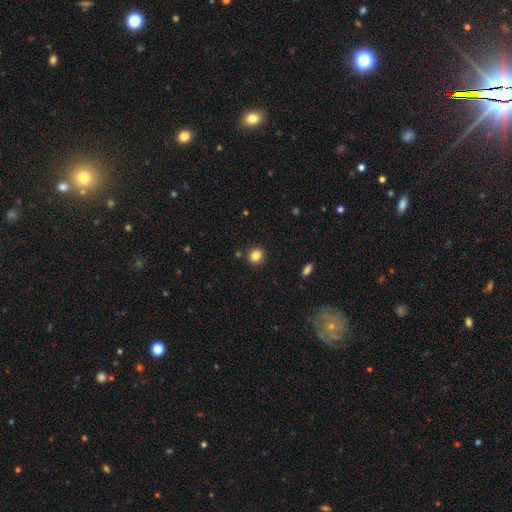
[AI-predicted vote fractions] This is clearly a smooth galaxy (84%). How rounded: clearly round (88%). Merging: clearly none (90%).